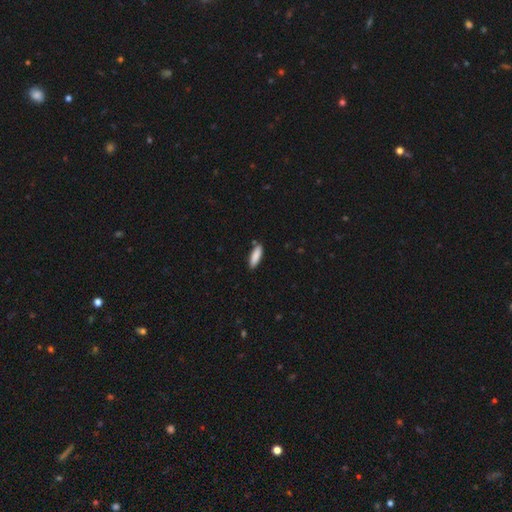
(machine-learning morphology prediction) Smooth or featured? Predicted: smooth (p=0.88). How rounded? Predicted: cigar-shaped (p=0.50). Merging? Predicted: none (p=0.84).